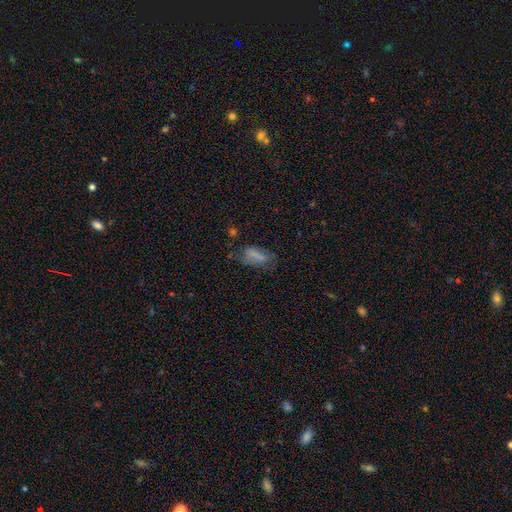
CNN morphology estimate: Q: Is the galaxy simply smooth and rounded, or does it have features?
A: smooth — 65%.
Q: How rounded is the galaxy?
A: in between — 77%.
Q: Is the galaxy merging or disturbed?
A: none — 46%.